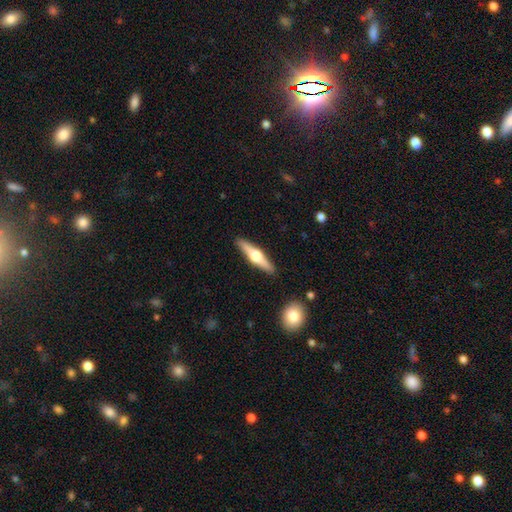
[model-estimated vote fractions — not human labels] smooth_or_featured: featured or disk (p=0.65) [alt: smooth p=0.30]
disk_edge_on: yes (p=0.97) [alt: no p=0.03]
edge_on_bulge: rounded (p=0.95) [alt: boxy p=0.03]
merging: none (p=0.90) [alt: minor disturbance p=0.07]